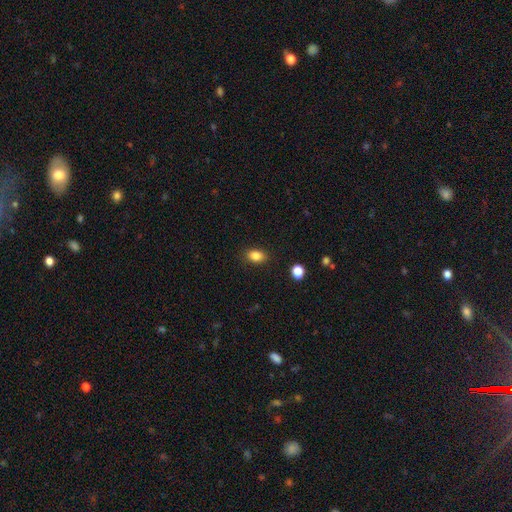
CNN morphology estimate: smooth-or-featured: smooth: 85% | star or artifact: 10% | featured or disk: 5%
  how-rounded: in between: 79% | round: 19% | cigar-shaped: 1%
  merging: none: 87% | minor disturbance: 9% | major disturbance: 2% | merger: 1%